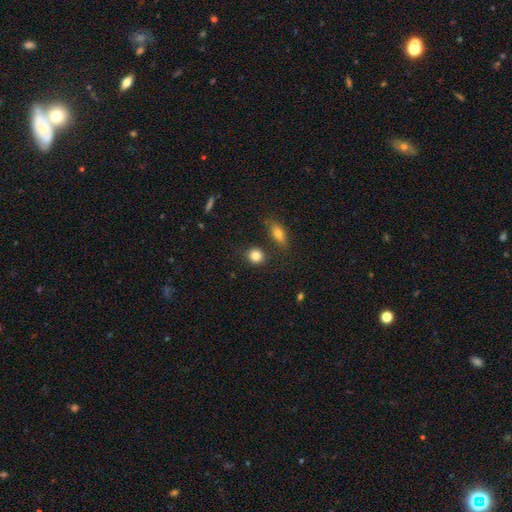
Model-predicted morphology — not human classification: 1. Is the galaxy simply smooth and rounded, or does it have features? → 85% smooth, 10% star or artifact, 6% featured or disk.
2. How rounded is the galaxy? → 80% round, 18% in between, 1% cigar-shaped.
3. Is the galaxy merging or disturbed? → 80% none, 10% minor disturbance, 7% merger, 3% major disturbance.